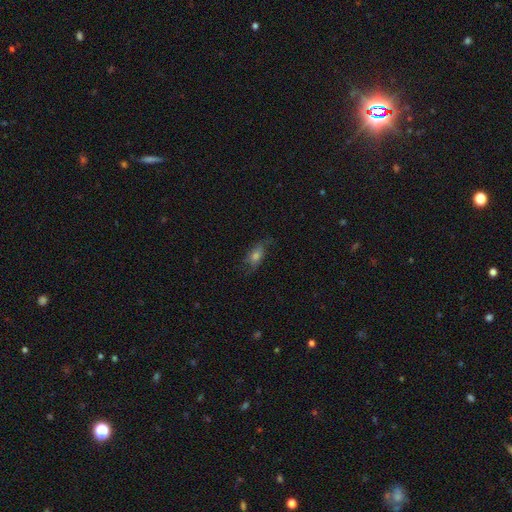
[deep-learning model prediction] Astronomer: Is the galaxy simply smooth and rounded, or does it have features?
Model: smooth — 43% (runner-up: featured or disk, 42%).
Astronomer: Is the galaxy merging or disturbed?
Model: none — 66%.